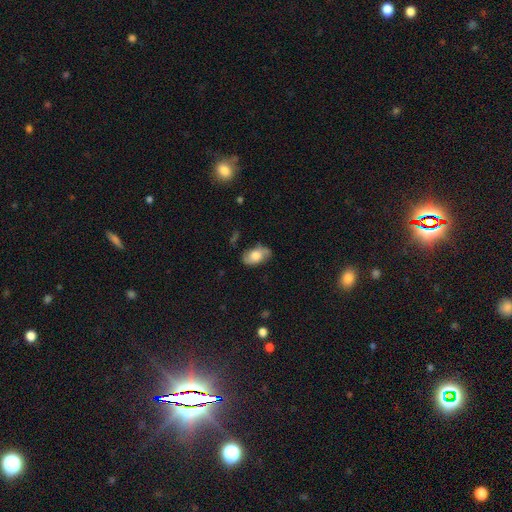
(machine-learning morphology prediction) type=smooth (55%); roundness=in between (90%); merging=none (71%).